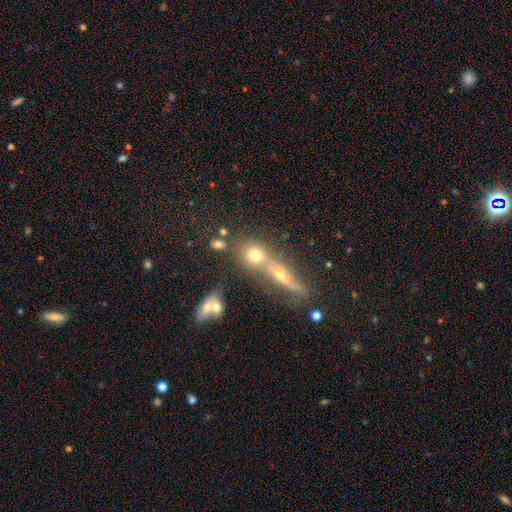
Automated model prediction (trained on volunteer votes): The model was most divided on "merging": none: 47%, merger: 38%, minor disturbance: 10%, major disturbance: 5%. Remaining: smooth or featured — smooth (50%).